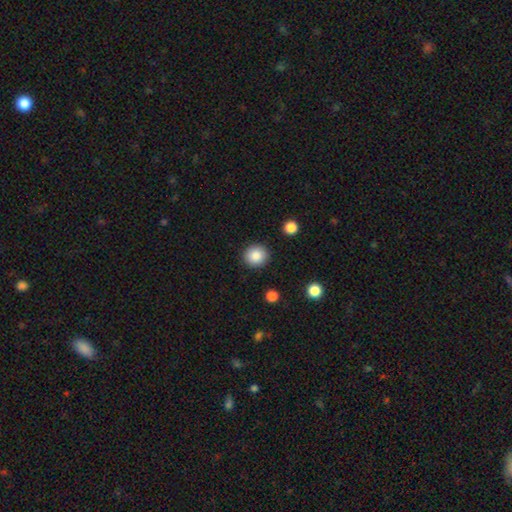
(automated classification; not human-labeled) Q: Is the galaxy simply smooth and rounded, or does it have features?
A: smooth — 87%.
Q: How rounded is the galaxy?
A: round — 90%.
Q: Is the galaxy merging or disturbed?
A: none — 91%.